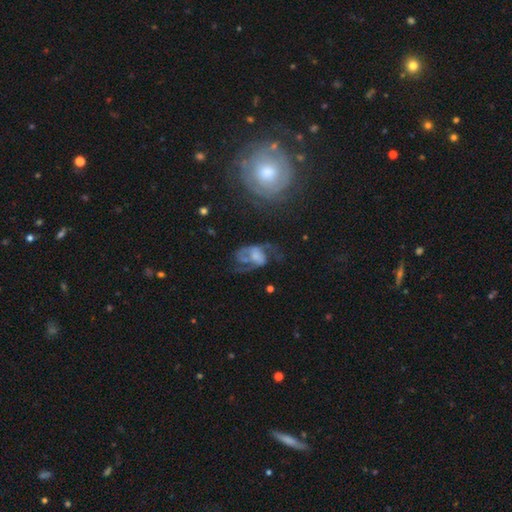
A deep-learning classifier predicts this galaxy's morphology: This is likely a featured or disk galaxy (67%). It is clearly not viewed edge-on (97%). Bar: possibly no (59%). Spiral arm pattern: likely yes (77%). Central bulge: marginally moderate (29%, tied with small). Merging: marginally major disturbance (41%).